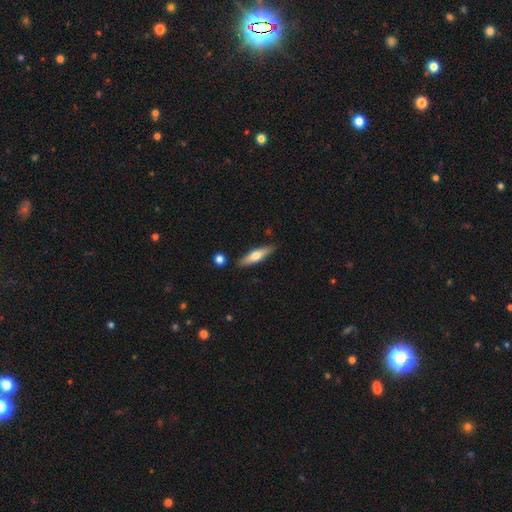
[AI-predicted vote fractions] Smooth or featured: smooth — 53% (featured or disk — 42%)
How rounded: cigar-shaped — 70% (in between — 28%)
Merging: none — 86% (minor disturbance — 10%)